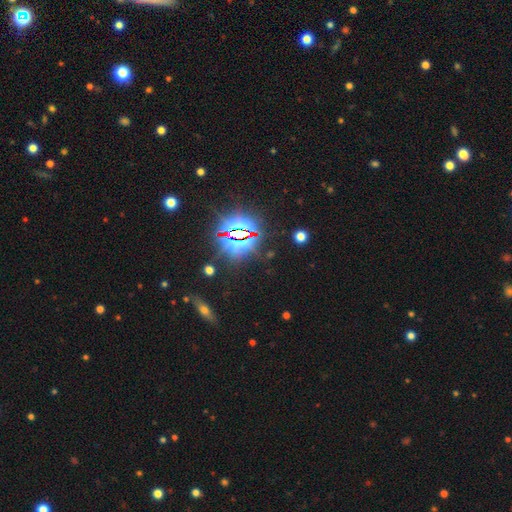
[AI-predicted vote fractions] smooth_or_featured: star or artifact (p=0.83) [alt: smooth p=0.10]